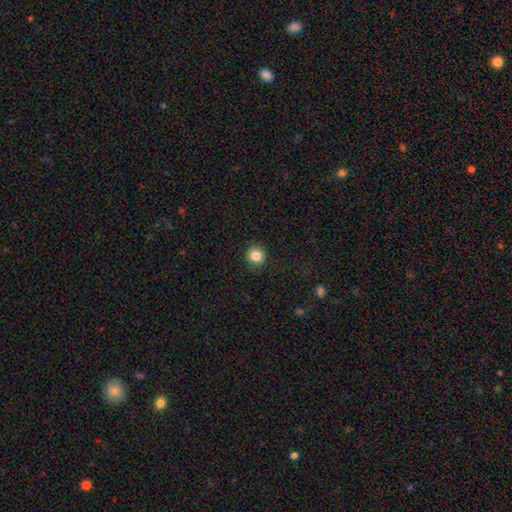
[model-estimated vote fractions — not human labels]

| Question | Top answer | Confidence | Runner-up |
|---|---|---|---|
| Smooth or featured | smooth | 84% | star or artifact (11%) |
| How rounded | round | 92% | in between (7%) |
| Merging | none | 90% | minor disturbance (7%) |